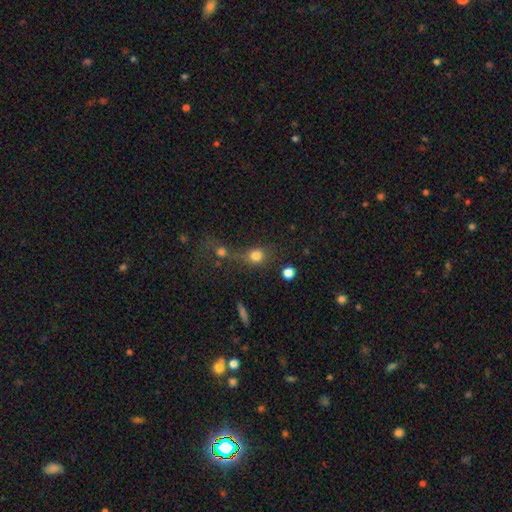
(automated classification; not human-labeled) Morphology: type=smooth (78%); roundness=round (79%); merging=none (42%).